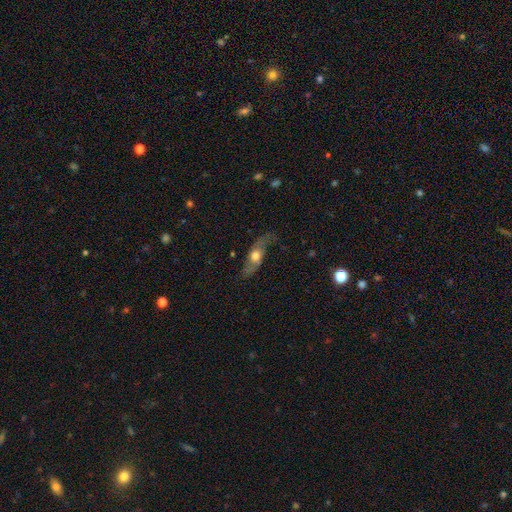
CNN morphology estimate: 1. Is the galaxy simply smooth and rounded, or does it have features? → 57% featured or disk, 36% smooth, 7% star or artifact.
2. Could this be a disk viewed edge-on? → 66% no, 34% yes.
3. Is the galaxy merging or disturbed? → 60% none, 24% minor disturbance, 13% major disturbance, 2% merger.